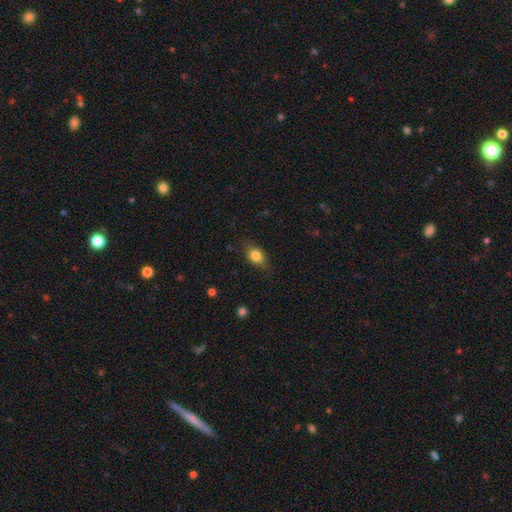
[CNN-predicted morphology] Smooth or featured?
  - smooth: 80% *
  - featured or disk: 12%
  - star or artifact: 8%
How rounded?
  - in between: 80% *
  - round: 14%
  - cigar-shaped: 6%
Merging?
  - none: 79% *
  - minor disturbance: 16%
  - major disturbance: 4%
  - merger: 1%